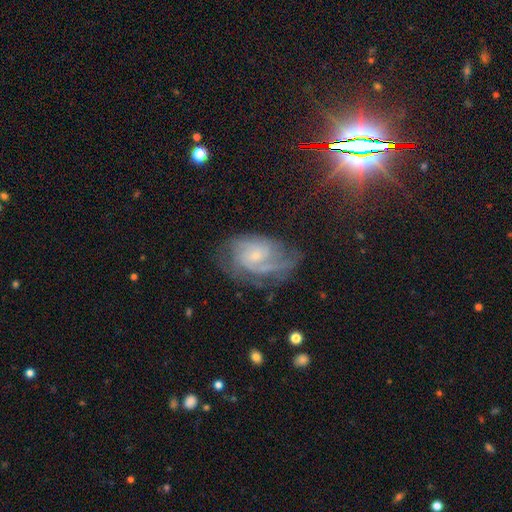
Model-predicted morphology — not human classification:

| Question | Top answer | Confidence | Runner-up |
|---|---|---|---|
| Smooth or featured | featured or disk | 80% | smooth (12%) |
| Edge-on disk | no | 97% | yes (3%) |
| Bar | no | 60% | weak (35%) |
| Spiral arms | yes | 94% | no (6%) |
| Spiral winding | tight | 45% | medium (42%) |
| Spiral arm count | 2 | 36% | can't tell (29%) |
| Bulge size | small | 71% | moderate (21%) |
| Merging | none | 57% | minor disturbance (24%) |